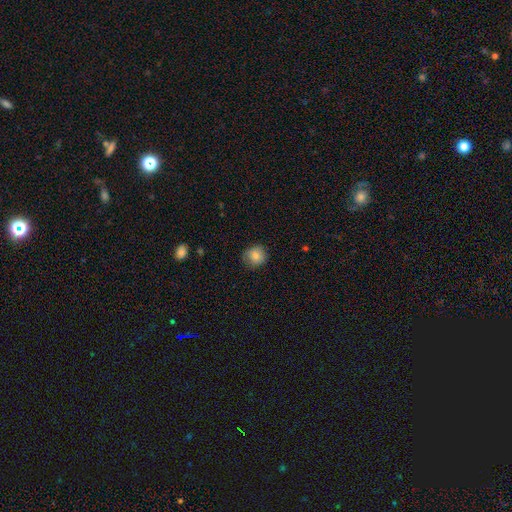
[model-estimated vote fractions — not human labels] Smooth or featured? Predicted: smooth (p=0.81). How rounded? Predicted: round (p=0.87). Merging? Predicted: none (p=0.80).